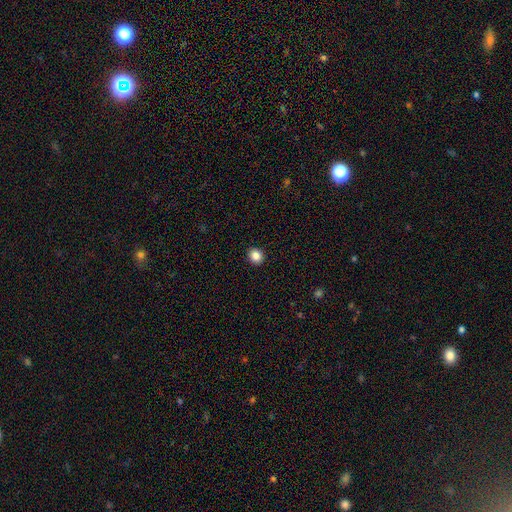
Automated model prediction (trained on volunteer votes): A smooth galaxy with no disk features (85%) that is round (83%).

Vote fractions:
- Smooth or featured? smooth: 85% / star or artifact: 11% / featured or disk: 5%
- How rounded? round: 83% / in between: 16% / cigar-shaped: 1%
- Merging? none: 93% / minor disturbance: 5% / major disturbance: 1% / merger: 1%